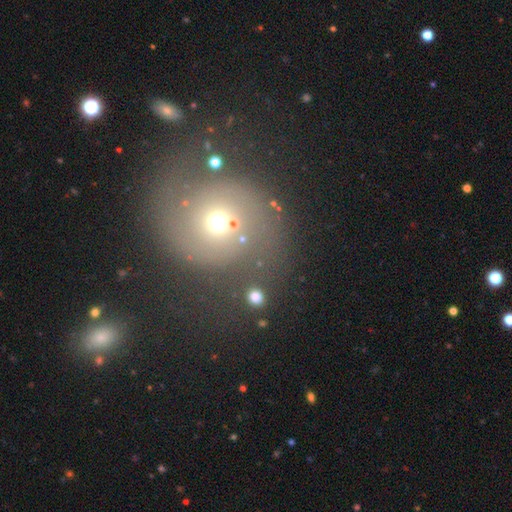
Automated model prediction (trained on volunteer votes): Smooth or featured: featured or disk — 64% (smooth — 20%)
Edge-on disk: no — 97% (yes — 3%)
Bar: no — 69% (weak — 25%)
Spiral arms: yes — 85% (no — 15%)
Spiral winding: medium — 44% (tight — 32%)
Spiral arm count: 2 — 83% (can't tell — 8%)
Bulge size: moderate — 54% (small — 37%)
Merging: none — 68% (minor disturbance — 15%)